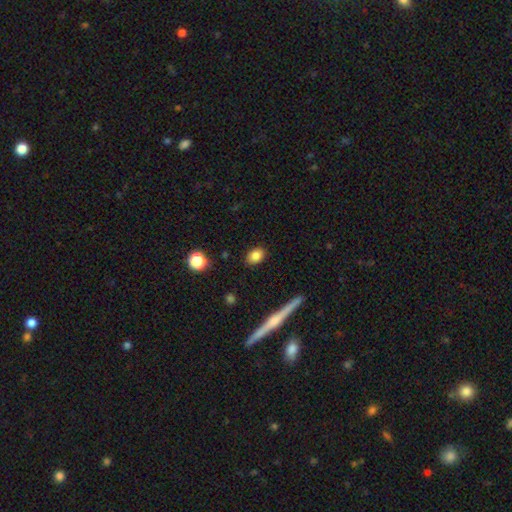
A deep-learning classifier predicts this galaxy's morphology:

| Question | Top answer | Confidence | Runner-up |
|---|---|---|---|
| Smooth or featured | smooth | 84% | star or artifact (9%) |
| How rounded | in between | 65% | round (33%) |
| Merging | none | 87% | minor disturbance (9%) |